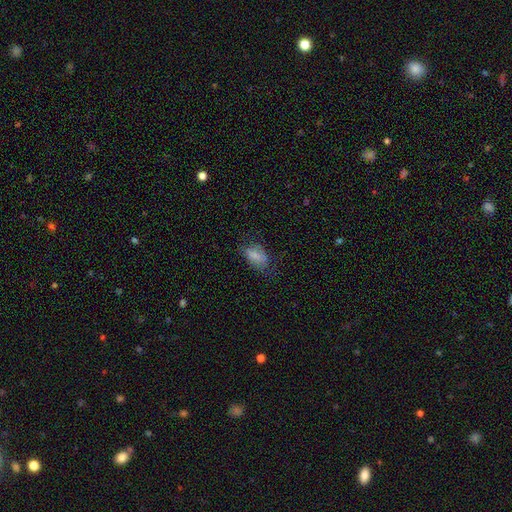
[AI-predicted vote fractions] A smooth galaxy with no disk features (72%) that is in between round and cigar-shaped (90%). Merging: none (57%).